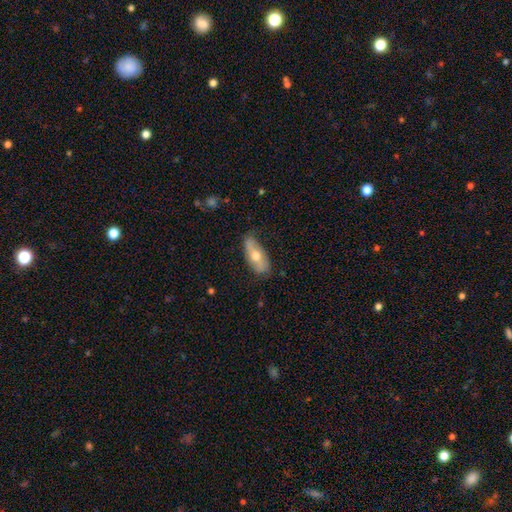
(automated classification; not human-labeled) A smooth galaxy with no disk features (55%) that is in between round and cigar-shaped (76%).

Vote fractions:
- Smooth or featured? smooth: 55% / featured or disk: 39% / star or artifact: 6%
- How rounded? in between: 76% / cigar-shaped: 20% / round: 3%
- Merging? none: 71% / minor disturbance: 23% / major disturbance: 4% / merger: 2%